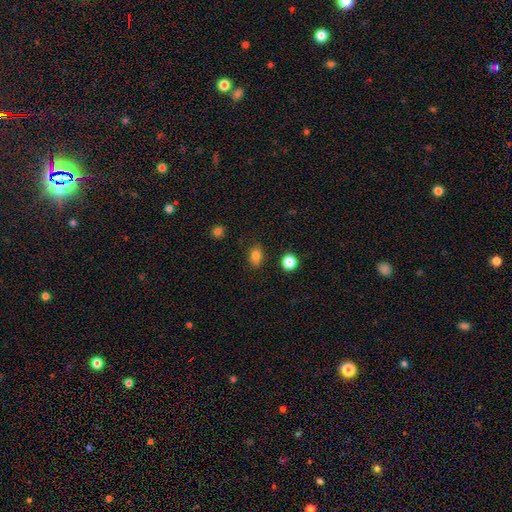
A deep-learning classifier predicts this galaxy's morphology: smooth_or_featured: smooth (p=0.81) [alt: star or artifact p=0.12]
how_rounded: in between (p=0.72) [alt: round p=0.26]
merging: none (p=0.85) [alt: minor disturbance p=0.11]